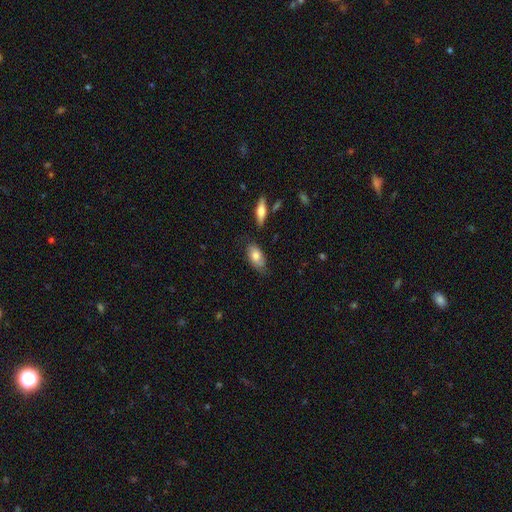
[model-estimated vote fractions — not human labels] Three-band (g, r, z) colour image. It shows a smooth galaxy with no disk features (74%) that is in between round and cigar-shaped (91%). Merging: none (70%).